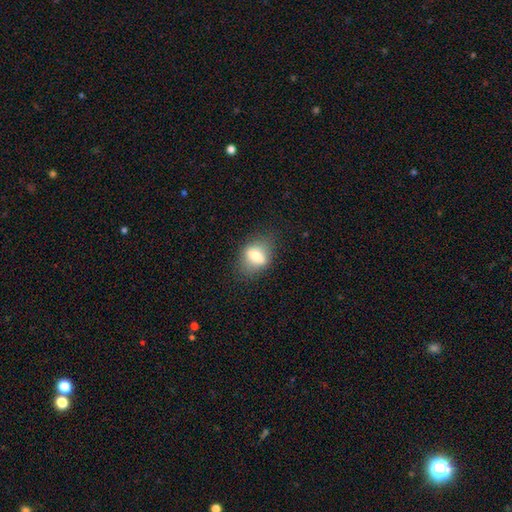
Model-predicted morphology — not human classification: Q: Smooth or featured?
A: smooth (70%); runner-up: featured or disk (21%)
Q: How rounded?
A: in between (70%); runner-up: round (23%)
Q: Merging?
A: none (67%); runner-up: minor disturbance (21%)